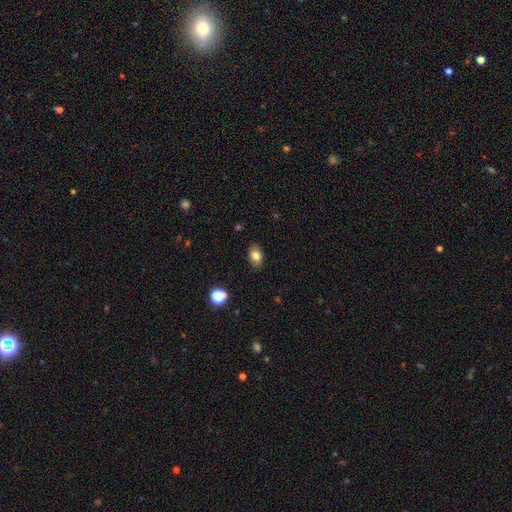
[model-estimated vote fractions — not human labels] Morphology: type=smooth (80%); roundness=in between (86%); merging=none (88%).